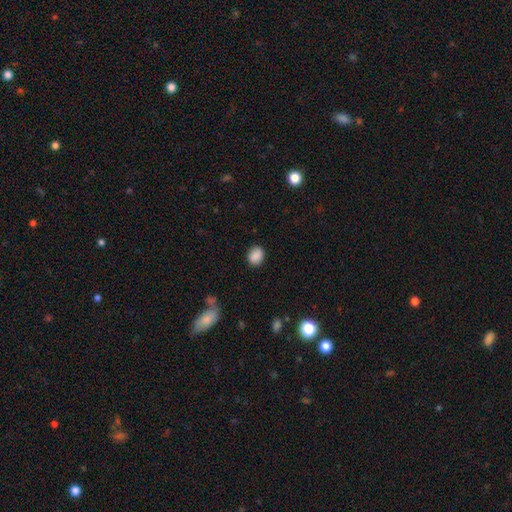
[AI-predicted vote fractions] smooth-or-featured: smooth: 87% | star or artifact: 9% | featured or disk: 4%
  how-rounded: round: 58% | in between: 41% | cigar-shaped: 1%
  merging: none: 83% | minor disturbance: 12% | major disturbance: 3% | merger: 2%